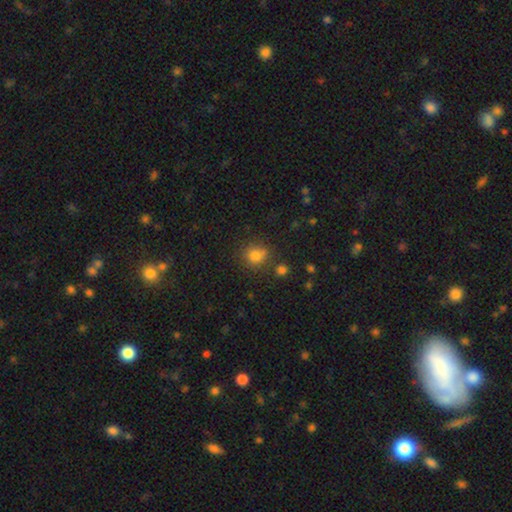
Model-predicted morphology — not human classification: The model was most divided on "merging": none: 69%, minor disturbance: 15%, merger: 11%, major disturbance: 5%. More confident: how rounded — round (82%); smooth or featured — smooth (78%).